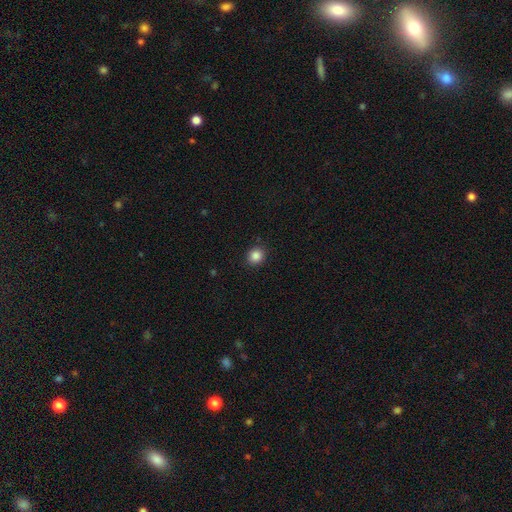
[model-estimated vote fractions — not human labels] Smooth or featured? smooth (86%)
How rounded? round (84%)
Merging? none (90%)